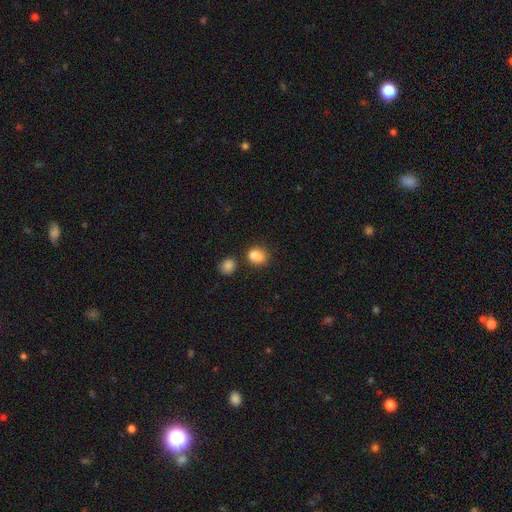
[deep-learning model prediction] smooth_or_featured: smooth (p=0.80) [alt: star or artifact p=0.11]
how_rounded: round (p=0.55) [alt: in between p=0.43]
merging: none (p=0.45) [alt: merger p=0.34]